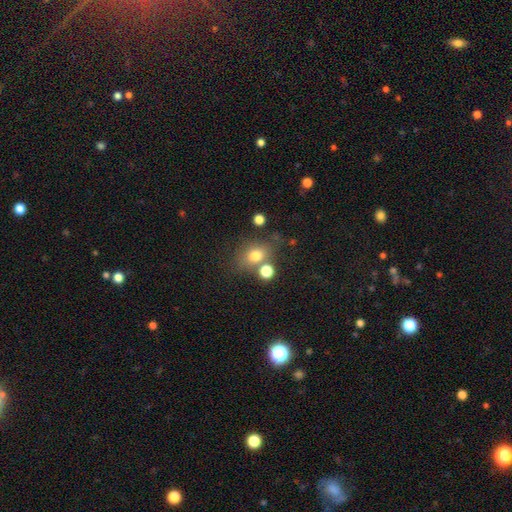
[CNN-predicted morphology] type=smooth (74%); roundness=round (51%); merging=none (62%).